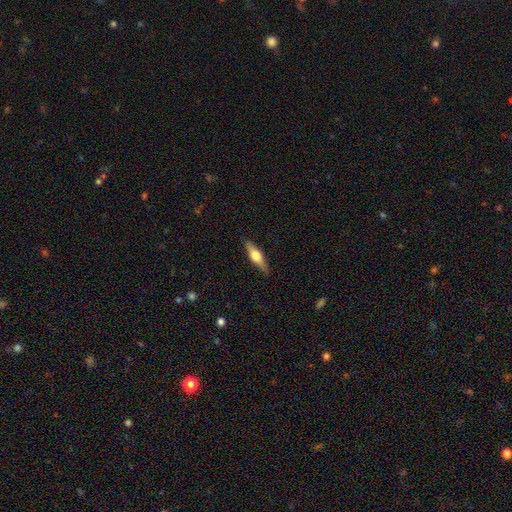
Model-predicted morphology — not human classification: Smooth or featured? featured or disk (55%)
Edge-on disk? yes (94%)
Edge-on bulge? rounded (92%)
Merging? none (87%)